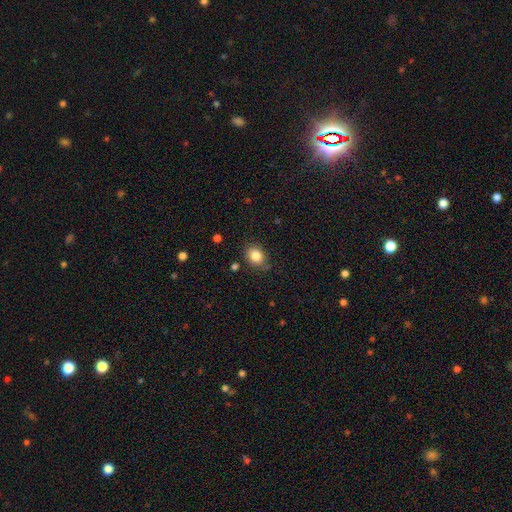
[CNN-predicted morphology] smooth-or-featured: smooth: 84% | star or artifact: 10% | featured or disk: 7%
  how-rounded: in between: 53% | round: 46% | cigar-shaped: 1%
  merging: none: 79% | minor disturbance: 15% | major disturbance: 3% | merger: 2%